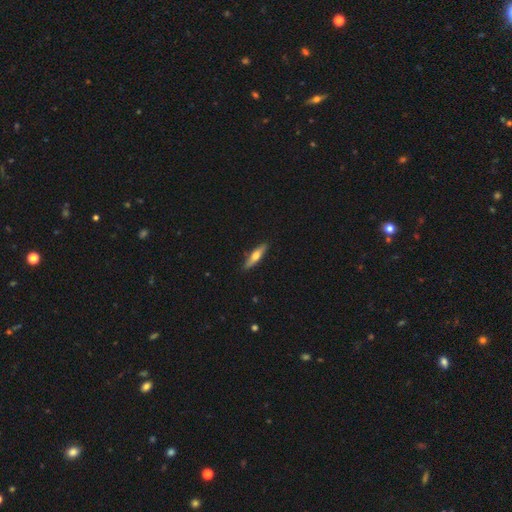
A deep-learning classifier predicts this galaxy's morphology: smooth_or_featured: smooth (p=0.52) [alt: featured or disk p=0.43]
how_rounded: cigar-shaped (p=0.79) [alt: in between p=0.19]
merging: none (p=0.89) [alt: minor disturbance p=0.09]